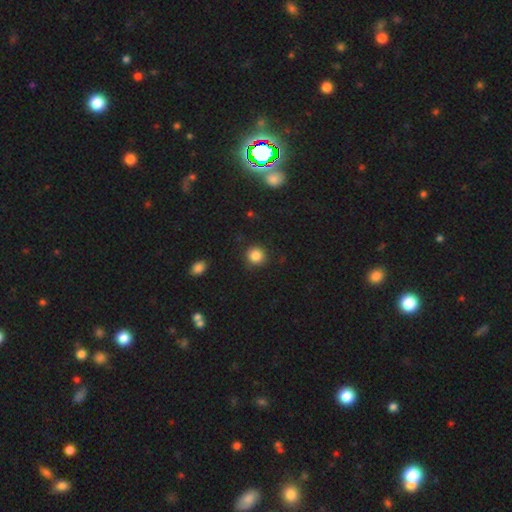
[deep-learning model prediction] Smooth or featured? Predicted: smooth (p=0.85). How rounded? Predicted: round (p=0.93). Merging? Predicted: none (p=0.90).